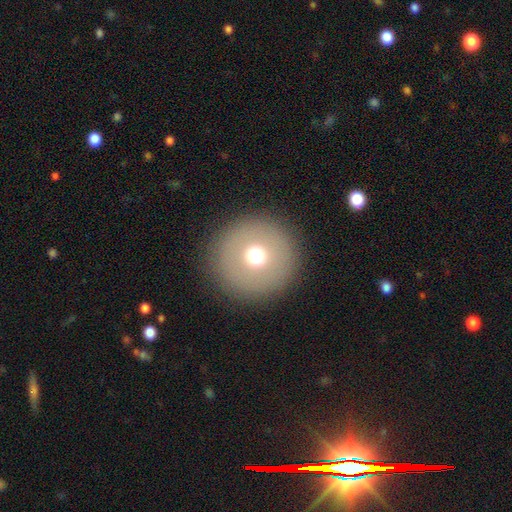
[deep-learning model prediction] Morphology: type=smooth (66%); roundness=round (96%); merging=none (92%).